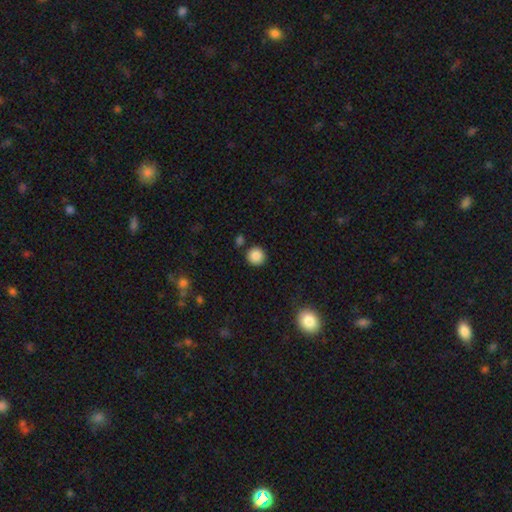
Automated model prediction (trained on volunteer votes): Overall: smooth (87%). How rounded: round (94%). Merging: none (88%).